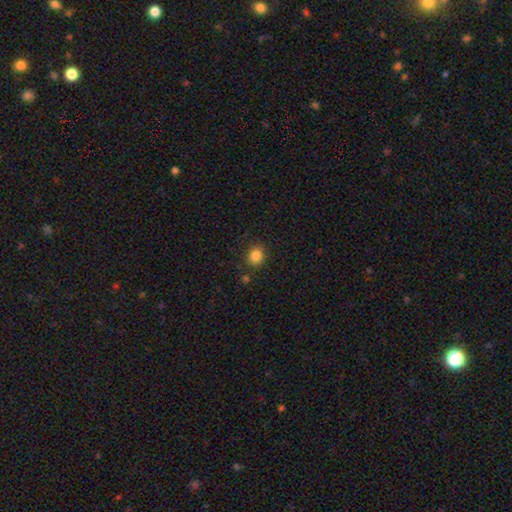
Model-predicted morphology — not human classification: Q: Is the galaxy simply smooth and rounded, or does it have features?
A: smooth — 84%.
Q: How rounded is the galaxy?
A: round — 78%.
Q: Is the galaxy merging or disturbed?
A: none — 85%.